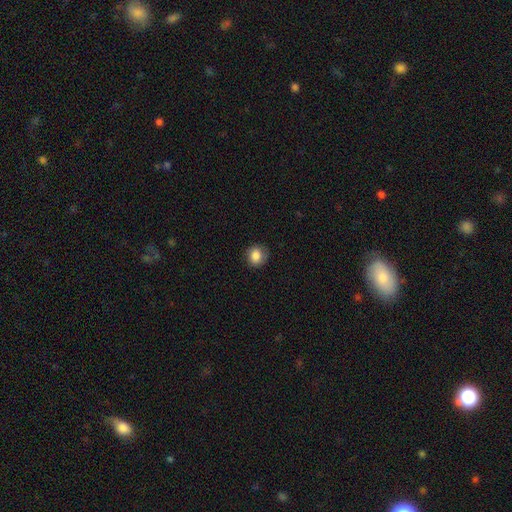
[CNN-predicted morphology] A smooth galaxy with no disk features (84%) that is round (73%).

Vote fractions:
- Smooth or featured? smooth: 84% / star or artifact: 9% / featured or disk: 7%
- How rounded? round: 73% / in between: 26% / cigar-shaped: 1%
- Merging? none: 79% / minor disturbance: 16% / major disturbance: 4% / merger: 1%